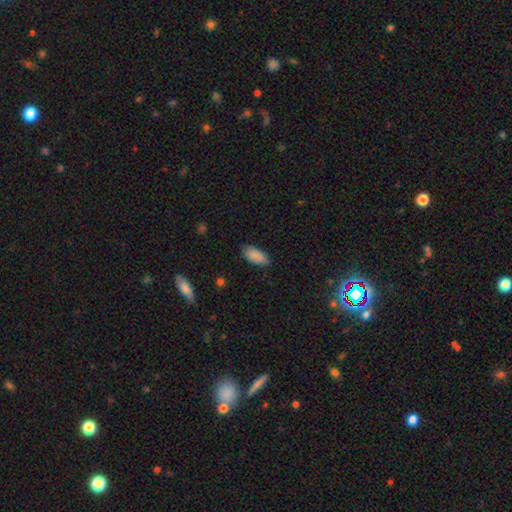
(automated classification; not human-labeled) A smooth galaxy with no disk features (88%) that is in between round and cigar-shaped (89%). Merging: none (80%).